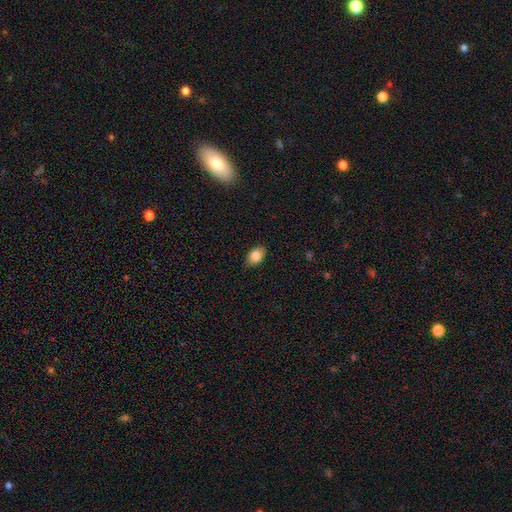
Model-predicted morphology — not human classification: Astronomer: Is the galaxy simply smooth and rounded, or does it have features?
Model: smooth — 84%.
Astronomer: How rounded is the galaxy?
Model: in between — 82%.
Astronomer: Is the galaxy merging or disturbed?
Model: none — 85%.